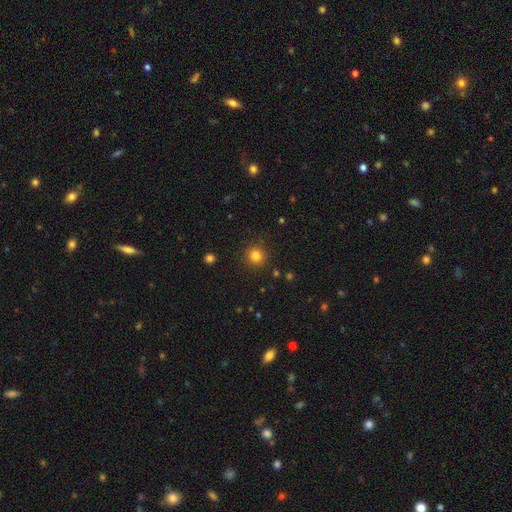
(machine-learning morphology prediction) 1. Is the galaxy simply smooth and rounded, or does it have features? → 82% smooth, 13% star or artifact, 5% featured or disk.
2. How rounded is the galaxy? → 92% round, 7% in between, 1% cigar-shaped.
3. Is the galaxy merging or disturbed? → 90% none, 6% minor disturbance, 2% major disturbance, 1% merger.